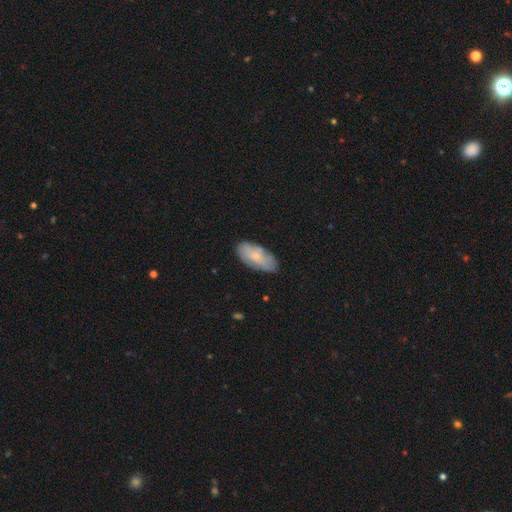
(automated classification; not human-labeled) Smooth or featured? Predicted: smooth (p=0.66). How rounded? Predicted: in between (p=0.90). Merging? Predicted: none (p=0.76).